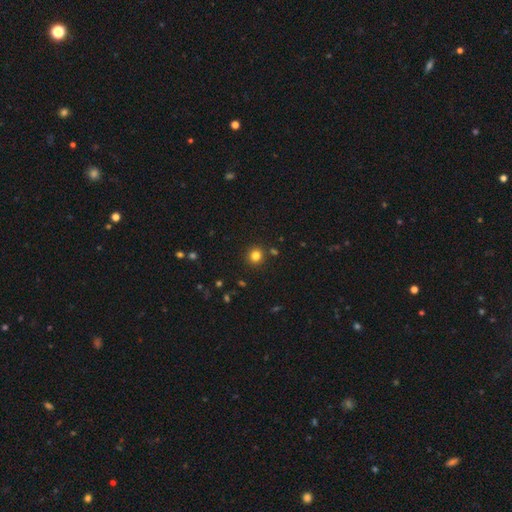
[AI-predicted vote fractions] Smooth or featured? smooth (80%)
How rounded? round (92%)
Merging? none (89%)